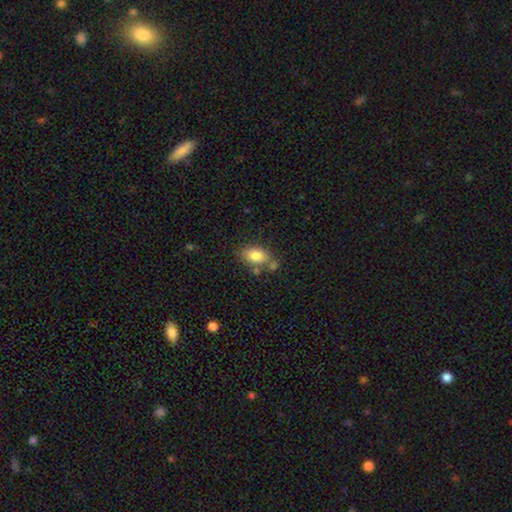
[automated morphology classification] smooth-or-featured: smooth: 81% | featured or disk: 11% | star or artifact: 8%
  how-rounded: in between: 85% | round: 13% | cigar-shaped: 2%
  merging: none: 63% | minor disturbance: 18% | merger: 14% | major disturbance: 5%